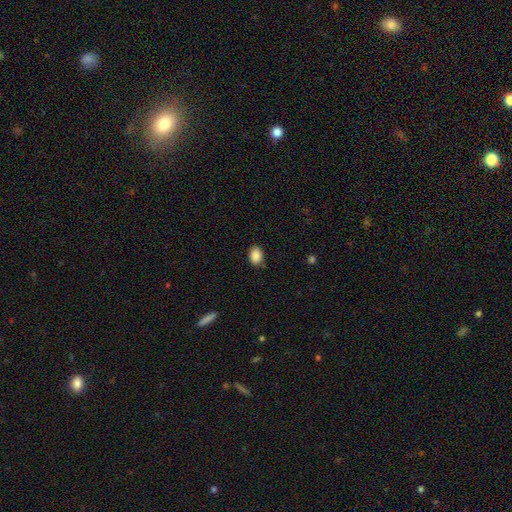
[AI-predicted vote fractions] smooth_or_featured: smooth (p=0.89) [alt: star or artifact p=0.08]
how_rounded: in between (p=0.78) [alt: round p=0.21]
merging: none (p=0.85) [alt: minor disturbance p=0.12]